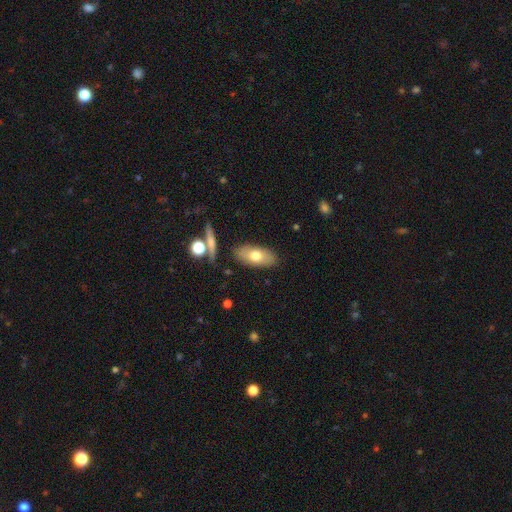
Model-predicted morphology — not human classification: A smooth galaxy with no disk features (69%) that is in between round and cigar-shaped (86%). Merging: none (83%).